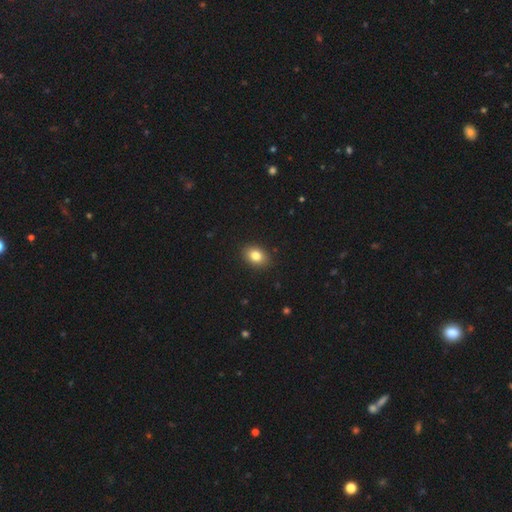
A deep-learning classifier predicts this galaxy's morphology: Overall: smooth (82%). How rounded: in between (72%). Merging: none (90%).